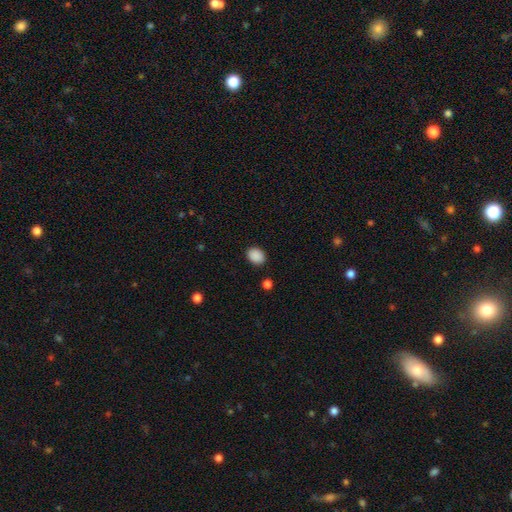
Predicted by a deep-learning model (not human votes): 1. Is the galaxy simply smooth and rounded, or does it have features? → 89% smooth, 8% star or artifact, 2% featured or disk.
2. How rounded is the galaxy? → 63% in between, 36% round, 1% cigar-shaped.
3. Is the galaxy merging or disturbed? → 88% none, 8% minor disturbance, 2% major disturbance, 2% merger.